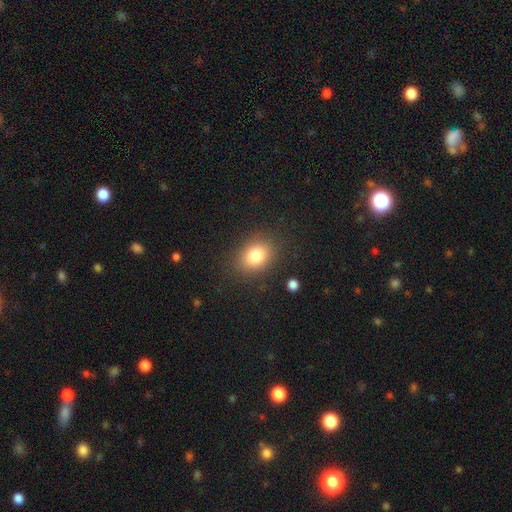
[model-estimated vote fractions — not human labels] Overall: smooth (81%). How rounded: in between (62%; round 37%). Merging: none (85%).